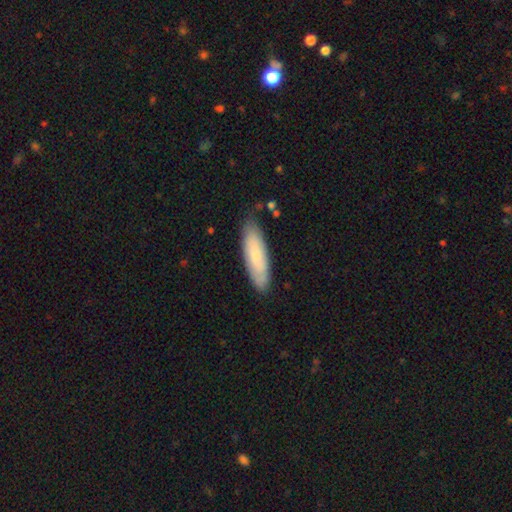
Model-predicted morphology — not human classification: This appears to be a smooth galaxy with no disk features (74%) that is cigar-shaped (58%). Merging: none (81%).